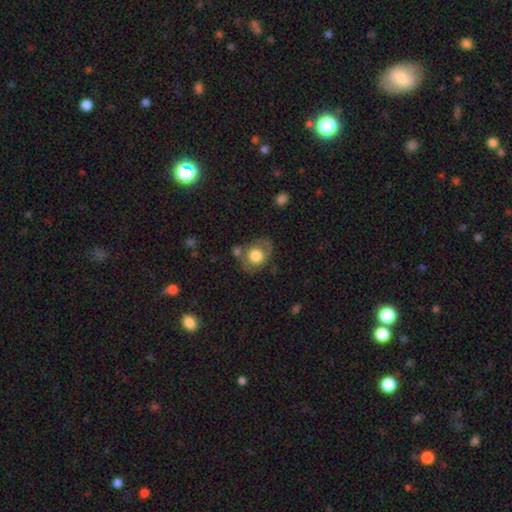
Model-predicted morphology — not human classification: smooth 63%, featured or disk 29%, star or artifact 8%. Down the decision tree: how rounded — round (58%); merging — none (60%).